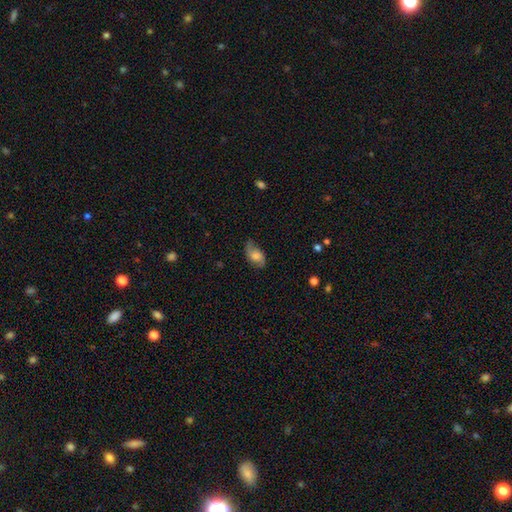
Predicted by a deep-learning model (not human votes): This is possibly a smooth galaxy (58%). How rounded: clearly in between (90%). Merging: likely none (60%).